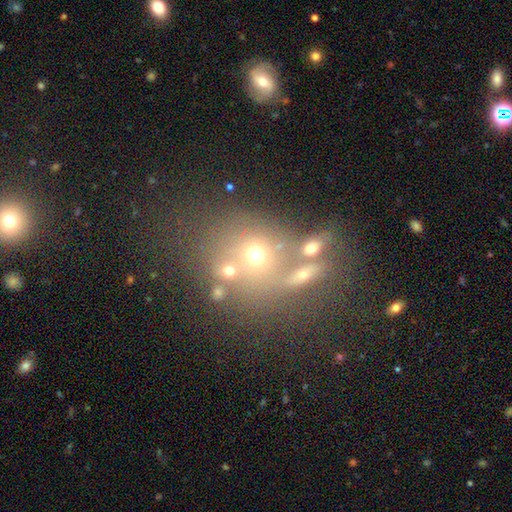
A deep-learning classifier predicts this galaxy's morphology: type=smooth (60%); roundness=round (74%); merging=none (44%).